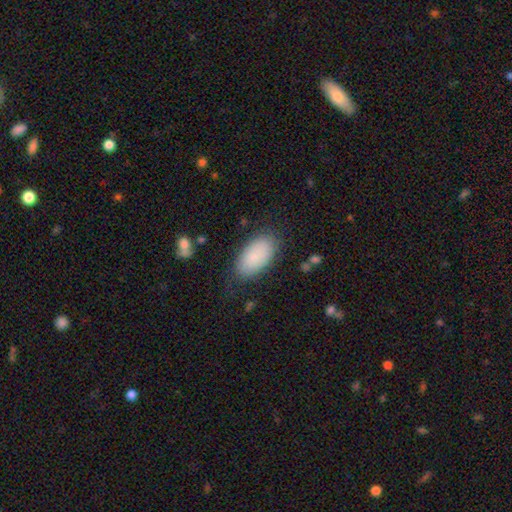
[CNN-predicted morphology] Smooth or featured? smooth (86%)
How rounded? in between (95%)
Merging? none (79%)